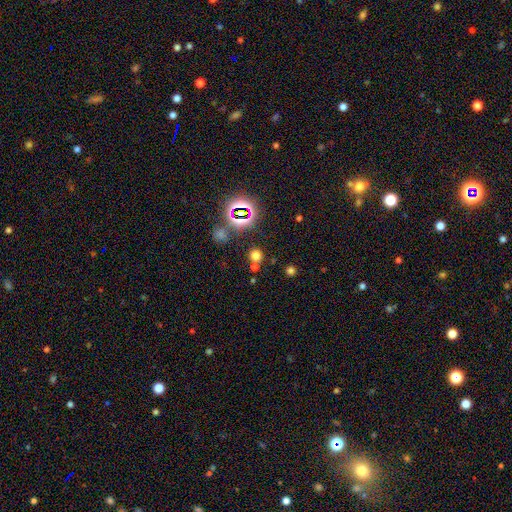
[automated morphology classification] smooth_or_featured: smooth (p=0.62) [alt: star or artifact p=0.30]
how_rounded: round (p=0.91) [alt: in between p=0.08]
merging: none (p=0.75) [alt: merger p=0.15]